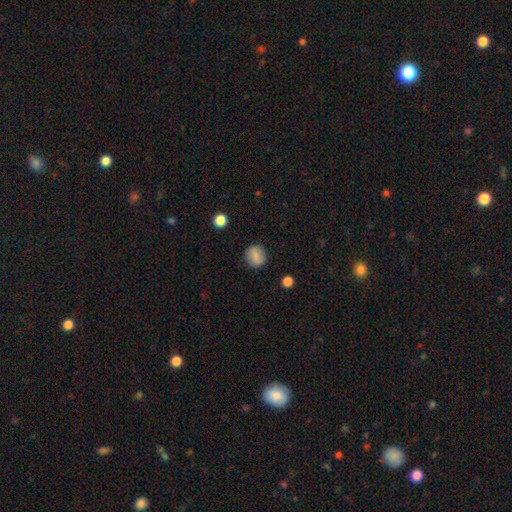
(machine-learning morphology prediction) Smooth or featured? Predicted: smooth (p=0.84). How rounded? Predicted: round (p=0.88). Merging? Predicted: none (p=0.87).